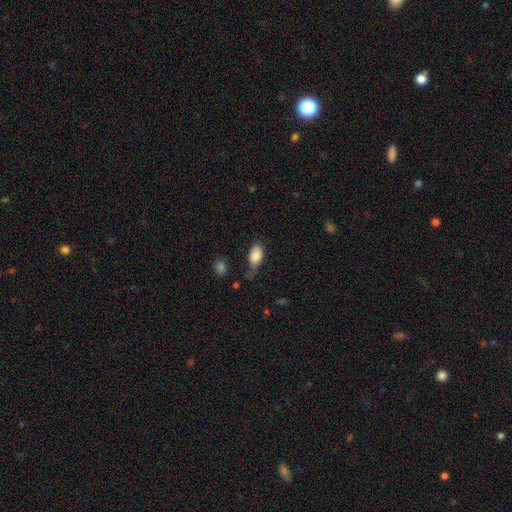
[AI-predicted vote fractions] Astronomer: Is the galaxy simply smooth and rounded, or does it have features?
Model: smooth — 84%.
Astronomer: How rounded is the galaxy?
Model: in between — 92%.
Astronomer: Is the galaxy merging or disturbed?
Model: none — 46% (runner-up: minor disturbance, 36%).